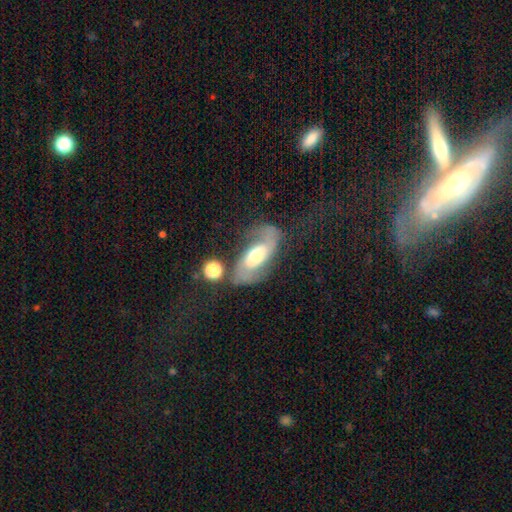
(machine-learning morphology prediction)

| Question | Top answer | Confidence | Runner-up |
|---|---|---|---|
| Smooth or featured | featured or disk | 75% | smooth (18%) |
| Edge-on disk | no | 93% | yes (7%) |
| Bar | no | 42% | weak (38%) |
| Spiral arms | yes | 91% | no (9%) |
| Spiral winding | medium | 43% | loose (40%) |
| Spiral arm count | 2 | 86% | can't tell (6%) |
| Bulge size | moderate | 49% | large (33%) |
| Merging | none | 52% | minor disturbance (21%) |